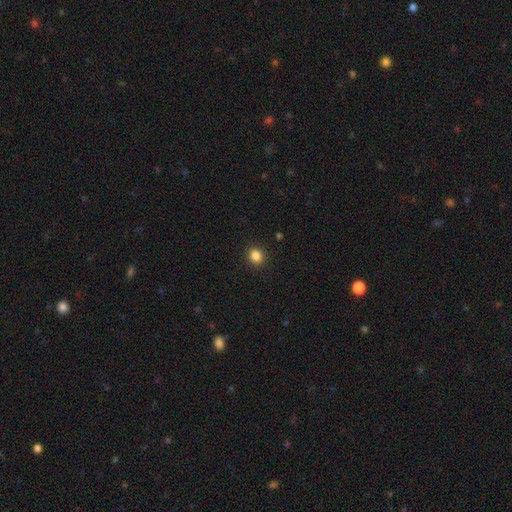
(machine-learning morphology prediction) smooth-or-featured: smooth: 85% | star or artifact: 11% | featured or disk: 4%
  how-rounded: round: 78% | in between: 21% | cigar-shaped: 1%
  merging: none: 91% | minor disturbance: 6% | major disturbance: 2% | merger: 1%